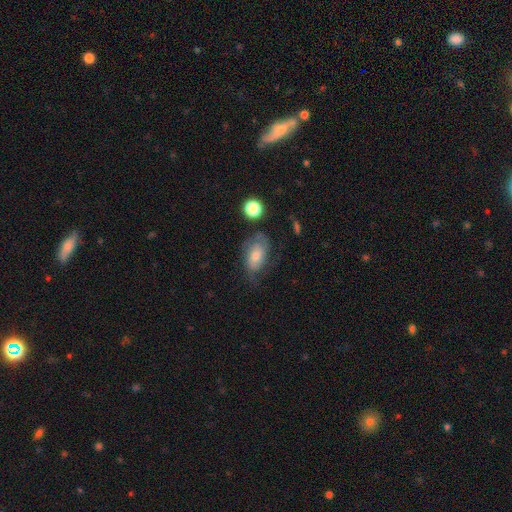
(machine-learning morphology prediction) Overall: smooth (53%; featured or disk 38%). How rounded: in between (88%). Merging: none (56%; minor disturbance 28%).